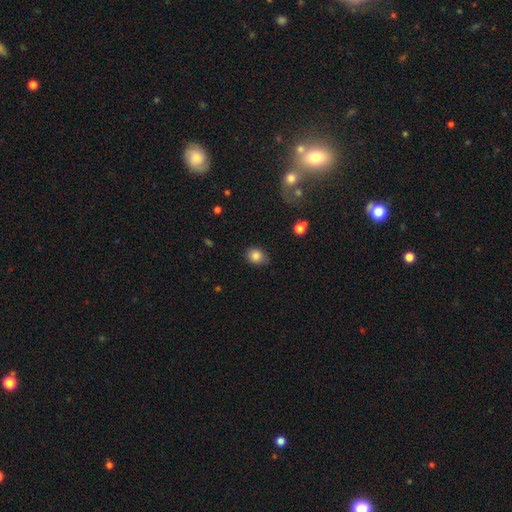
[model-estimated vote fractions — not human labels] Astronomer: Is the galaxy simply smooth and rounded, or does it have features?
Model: smooth — 85%.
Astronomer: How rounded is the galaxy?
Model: round — 54% (runner-up: in between, 45%).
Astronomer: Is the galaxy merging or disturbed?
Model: none — 75%.